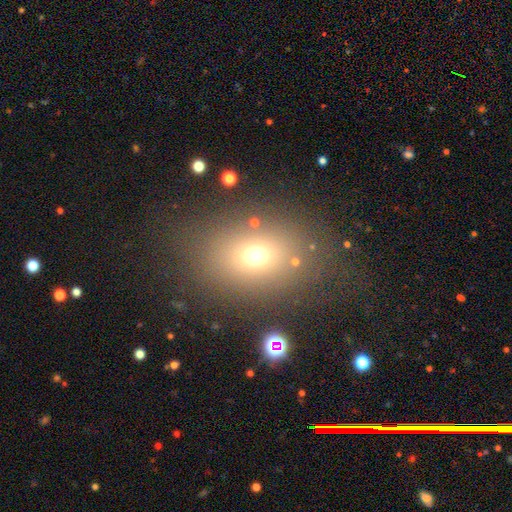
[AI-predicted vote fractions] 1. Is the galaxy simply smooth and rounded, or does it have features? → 67% smooth, 21% star or artifact, 12% featured or disk.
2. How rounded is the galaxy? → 58% in between, 40% round, 1% cigar-shaped.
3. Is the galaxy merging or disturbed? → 77% none, 11% minor disturbance, 8% major disturbance, 4% merger.